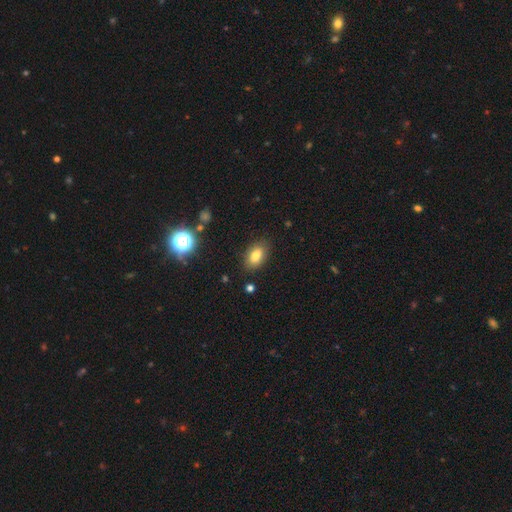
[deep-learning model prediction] A smooth galaxy with no disk features (79%) that is in between round and cigar-shaped (87%).

Vote fractions:
- Smooth or featured? smooth: 79% / star or artifact: 11% / featured or disk: 11%
- How rounded? in between: 87% / round: 11% / cigar-shaped: 2%
- Merging? none: 85% / minor disturbance: 11% / major disturbance: 3% / merger: 2%